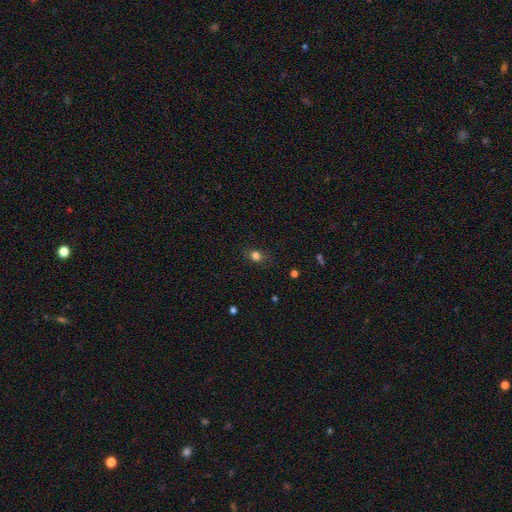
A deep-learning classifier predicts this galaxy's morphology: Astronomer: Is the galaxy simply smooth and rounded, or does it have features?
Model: smooth — 77%.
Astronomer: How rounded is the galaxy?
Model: round — 49%, tied with in between at 49%.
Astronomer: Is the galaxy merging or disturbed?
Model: none — 78%.